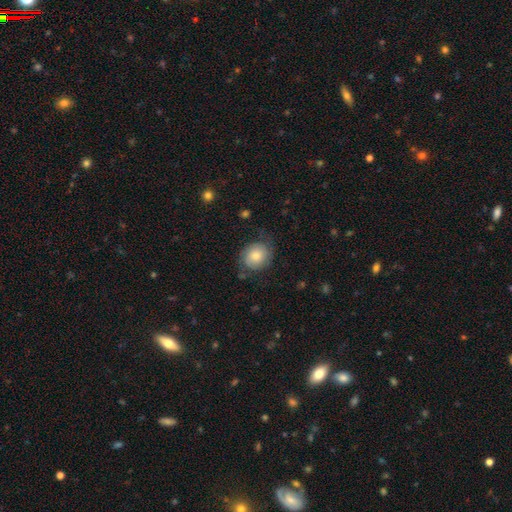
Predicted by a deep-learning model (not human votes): smooth-or-featured: smooth: 65% | featured or disk: 27% | star or artifact: 8%
  how-rounded: round: 71% | in between: 29% | cigar-shaped: 1%
  merging: none: 66% | minor disturbance: 23% | major disturbance: 10% | merger: 2%